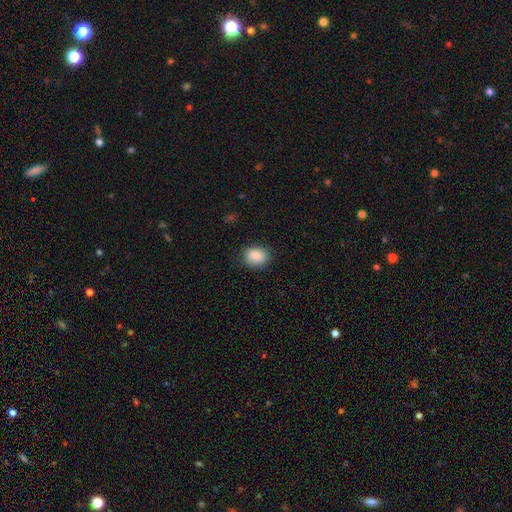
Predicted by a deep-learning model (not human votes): smooth-or-featured: smooth: 87% | star or artifact: 8% | featured or disk: 5%
  how-rounded: in between: 51% | round: 48% | cigar-shaped: 1%
  merging: none: 82% | minor disturbance: 14% | major disturbance: 3% | merger: 1%